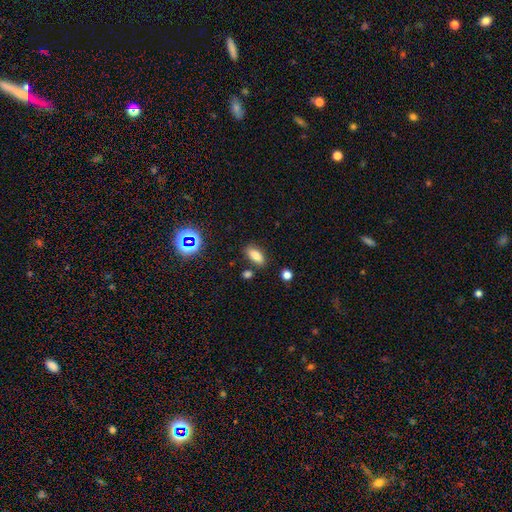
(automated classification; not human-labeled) A smooth galaxy with no disk features (80%) that is in between round and cigar-shaped (84%).

Vote fractions:
- Smooth or featured? smooth: 80% / star or artifact: 13% / featured or disk: 8%
- How rounded? in between: 84% / cigar-shaped: 11% / round: 4%
- Merging? none: 79% / minor disturbance: 12% / merger: 5% / major disturbance: 3%